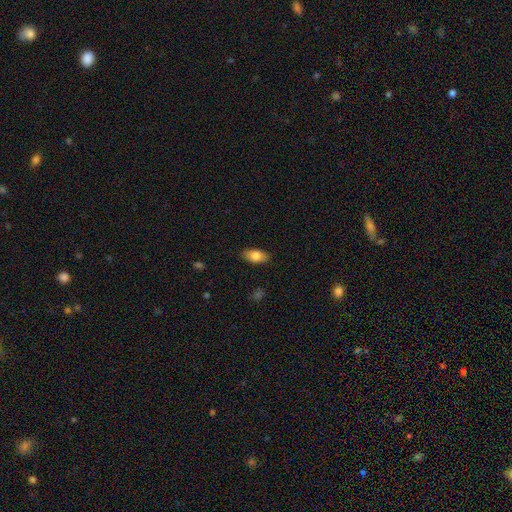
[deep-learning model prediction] The model was most divided on "smooth or featured": smooth: 81%, featured or disk: 12%, star or artifact: 7%. More confident: how rounded — in between (91%); merging — none (87%).